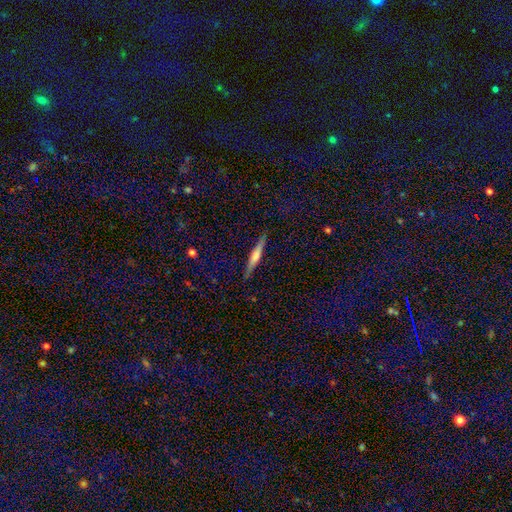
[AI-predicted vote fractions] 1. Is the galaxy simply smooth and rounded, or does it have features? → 51% featured or disk, 43% smooth, 6% star or artifact.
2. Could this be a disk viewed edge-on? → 97% yes, 3% no.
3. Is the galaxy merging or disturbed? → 89% none, 9% minor disturbance, 2% major disturbance, 1% merger.